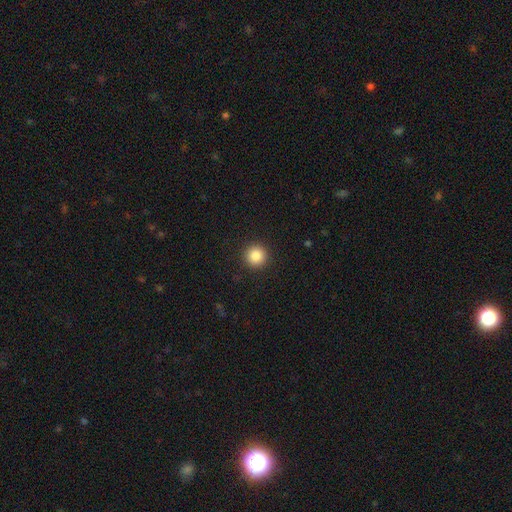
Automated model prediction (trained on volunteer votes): A smooth galaxy with no disk features (85%) that is round (95%).

Vote fractions:
- Smooth or featured? smooth: 85% / star or artifact: 10% / featured or disk: 5%
- How rounded? round: 95% / in between: 4% / cigar-shaped: 1%
- Merging? none: 92% / minor disturbance: 5% / major disturbance: 2% / merger: 1%